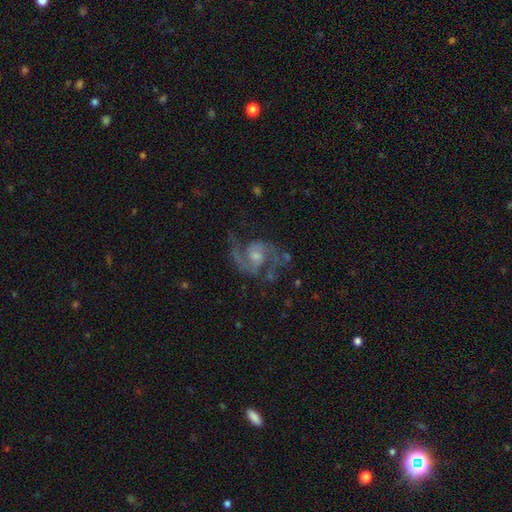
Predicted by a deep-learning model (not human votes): This is clearly a featured or disk galaxy (88%). It is clearly not viewed edge-on (98%). Bar: possibly no (52%). Spiral arm pattern: clearly yes (97%). Spiral arm count: clearly 2 (89%). Spiral winding: possibly medium (56%). Central bulge: possibly small (45%). Merging: likely none (68%).